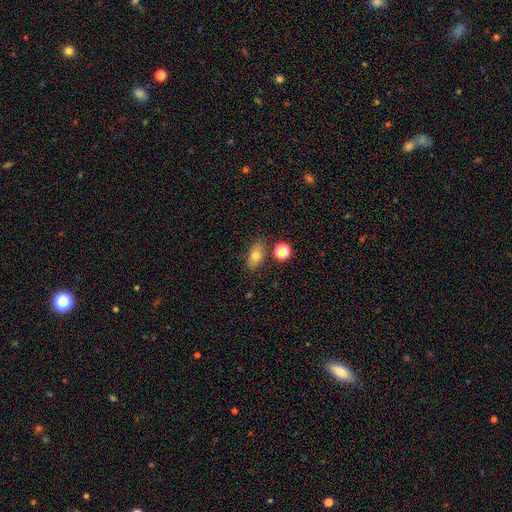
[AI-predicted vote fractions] Overall: smooth (74%). How rounded: in between (79%). Merging: none (75%).